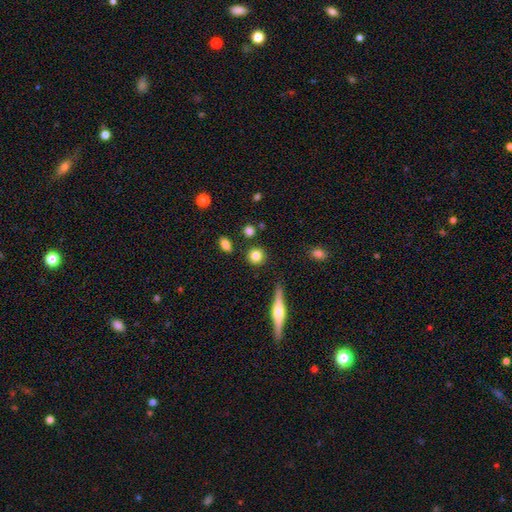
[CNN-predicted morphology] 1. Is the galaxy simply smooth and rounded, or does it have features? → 82% smooth, 9% star or artifact, 9% featured or disk.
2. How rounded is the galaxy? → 89% round, 9% in between, 2% cigar-shaped.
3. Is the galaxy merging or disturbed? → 87% none, 7% minor disturbance, 4% merger, 3% major disturbance.